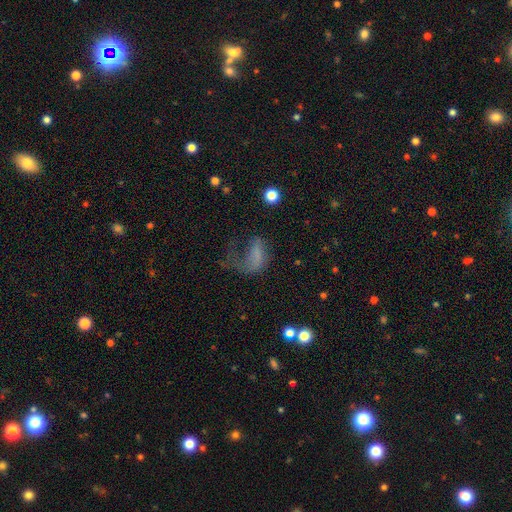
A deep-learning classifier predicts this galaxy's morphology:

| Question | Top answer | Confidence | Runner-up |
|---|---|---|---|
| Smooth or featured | smooth | 51% | featured or disk (35%) |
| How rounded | in between | 80% | round (13%) |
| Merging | major disturbance | 62% | none (19%) |